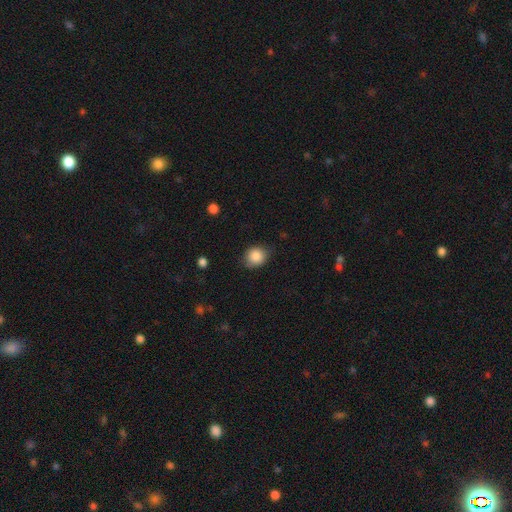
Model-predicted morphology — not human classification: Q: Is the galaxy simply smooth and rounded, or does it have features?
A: smooth — 85%.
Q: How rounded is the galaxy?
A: round — 69%.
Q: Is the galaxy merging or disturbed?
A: none — 78%.